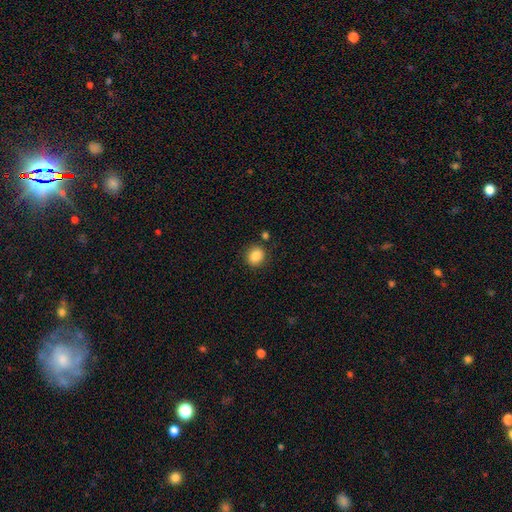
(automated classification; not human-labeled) The model was most divided on "how rounded": round: 74%, in between: 25%, cigar-shaped: 1%. More confident: smooth or featured — smooth (86%); merging — none (84%).